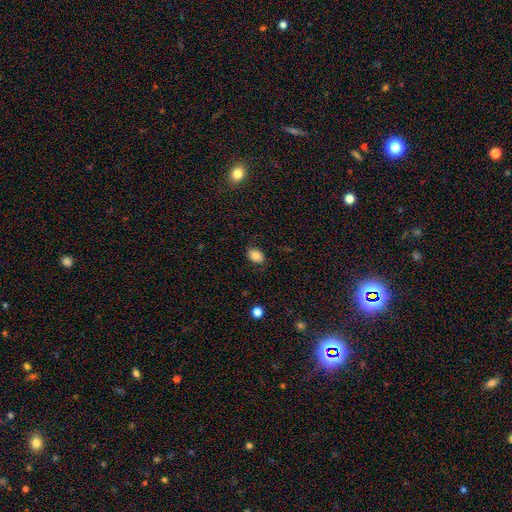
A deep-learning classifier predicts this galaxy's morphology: The model was most divided on "how rounded": in between: 74%, round: 25%, cigar-shaped: 1%. More confident: merging — none (82%); smooth or featured — smooth (82%).